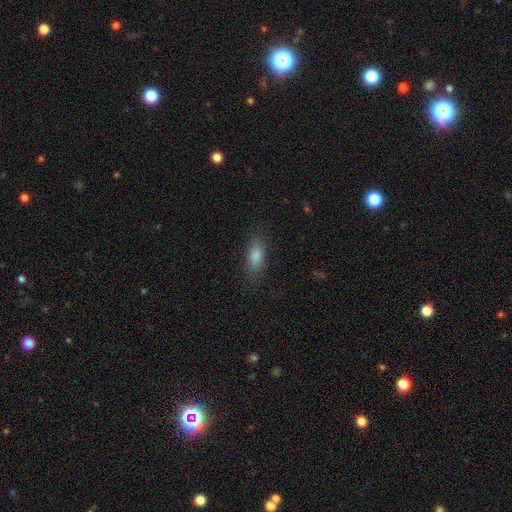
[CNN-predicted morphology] Overall: smooth (81%). How rounded: in between (74%). Merging: none (83%).